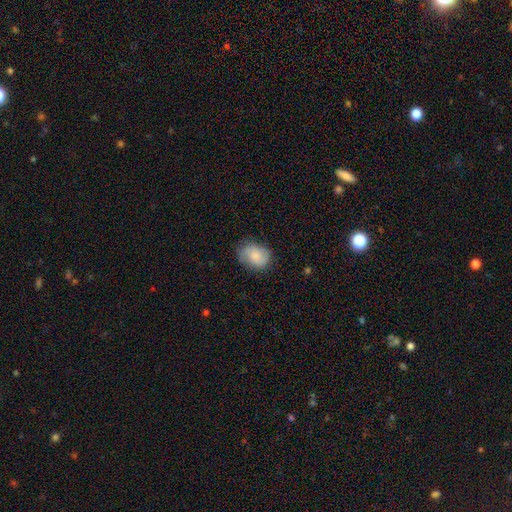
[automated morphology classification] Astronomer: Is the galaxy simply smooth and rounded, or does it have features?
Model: smooth — 72%.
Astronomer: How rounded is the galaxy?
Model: in between — 61% (runner-up: round, 38%).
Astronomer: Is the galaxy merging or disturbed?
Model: none — 69%.